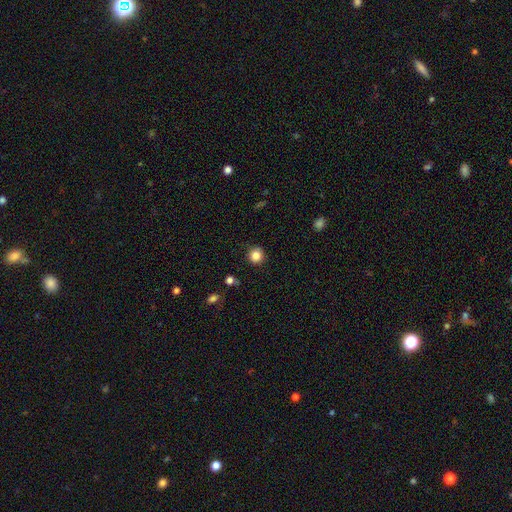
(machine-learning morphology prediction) A smooth galaxy with no disk features (84%) that is round (94%).

Vote fractions:
- Smooth or featured? smooth: 84% / star or artifact: 11% / featured or disk: 5%
- How rounded? round: 94% / in between: 5% / cigar-shaped: 1%
- Merging? none: 90% / minor disturbance: 7% / major disturbance: 2% / merger: 1%